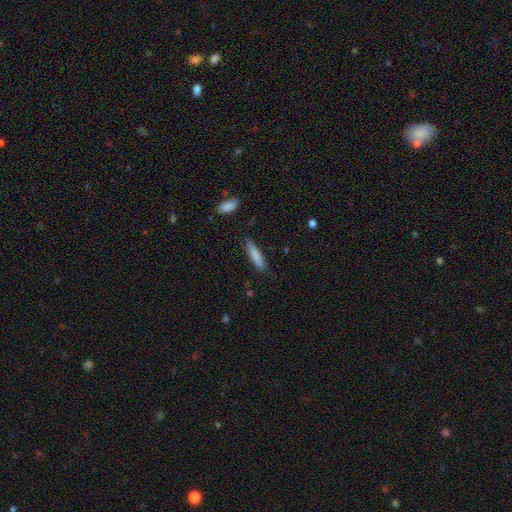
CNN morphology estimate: smooth_or_featured: smooth (p=0.83) [alt: featured or disk p=0.11]
how_rounded: cigar-shaped (p=0.80) [alt: in between p=0.19]
merging: none (p=0.83) [alt: minor disturbance p=0.13]